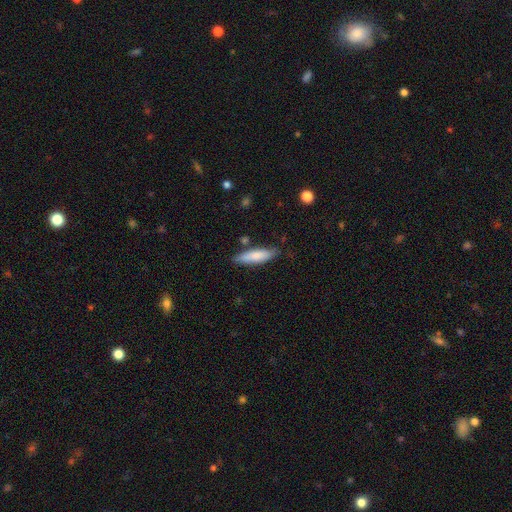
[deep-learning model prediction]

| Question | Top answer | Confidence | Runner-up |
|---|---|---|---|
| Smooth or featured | smooth | 80% | featured or disk (14%) |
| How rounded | cigar-shaped | 64% | in between (34%) |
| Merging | none | 77% | minor disturbance (16%) |